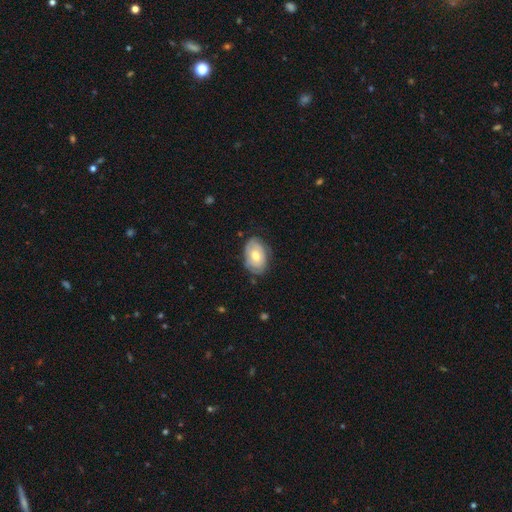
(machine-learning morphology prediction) Smooth or featured: smooth — 50% (featured or disk — 43%)
How rounded: in between — 88% (round — 11%)
Merging: none — 74% (minor disturbance — 20%)